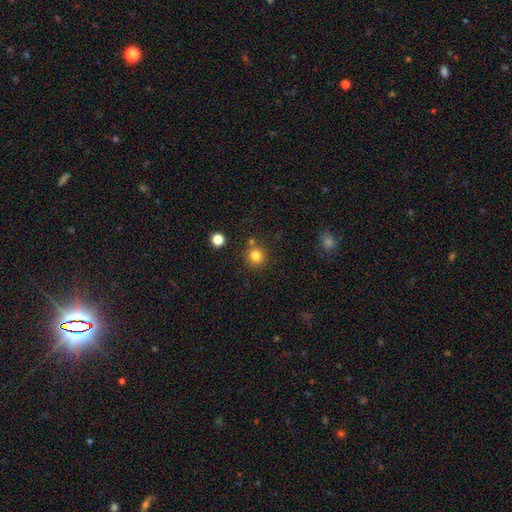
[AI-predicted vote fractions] Smooth or featured? Predicted: smooth (p=0.82). How rounded? Predicted: round (p=0.92). Merging? Predicted: none (p=0.78).